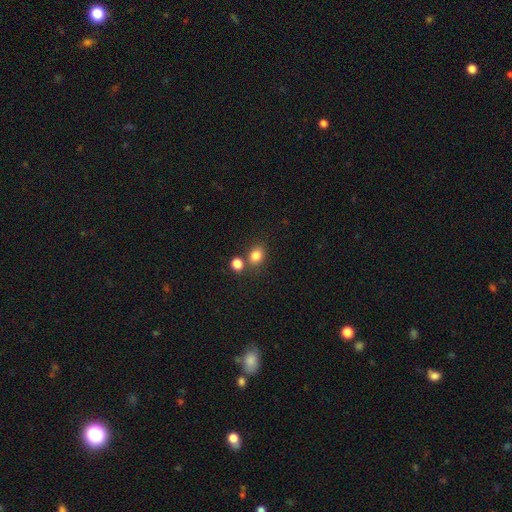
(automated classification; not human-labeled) The model was most divided on "how rounded": round: 57%, in between: 42%, cigar-shaped: 1%. More confident: smooth or featured — smooth (82%); merging — none (67%).